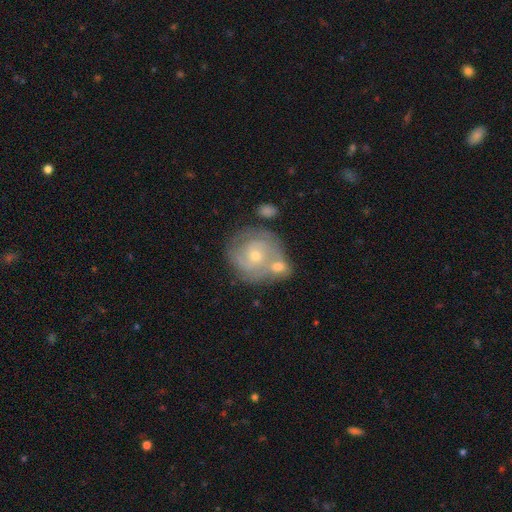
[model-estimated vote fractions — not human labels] featured or disk 77%, smooth 16%, star or artifact 6%. Down the decision tree: edge-on disk — no (98%); bar — no (72%); spiral arms — yes (90%); spiral arm count — 2 (39%); spiral winding — tight (63%); bulge size — small (58%); merging — none (47%).